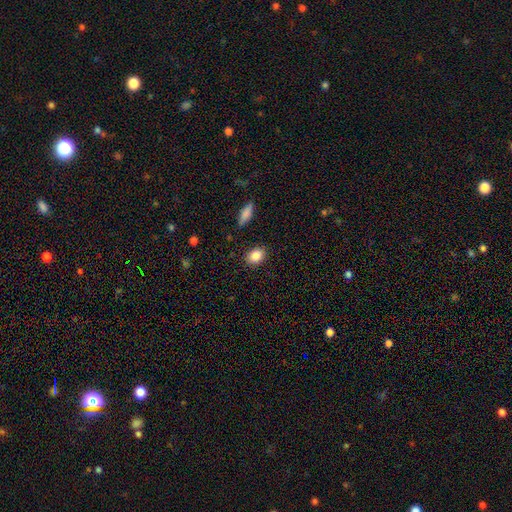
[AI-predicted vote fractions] This appears to be a smooth galaxy with no disk features (86%) that is in between round and cigar-shaped (66%). Merging: none (86%).